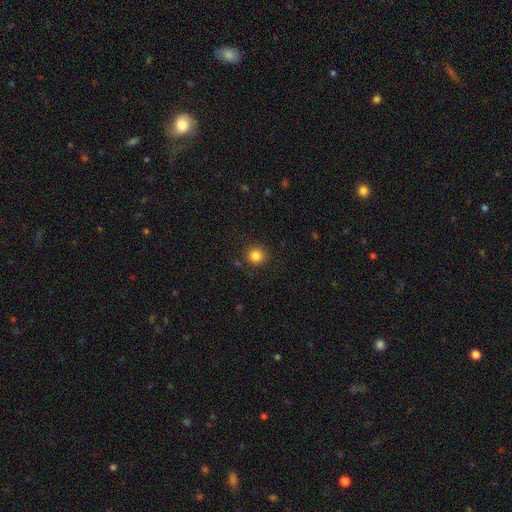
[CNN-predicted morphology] Overall: smooth (84%). How rounded: round (93%). Merging: none (89%).